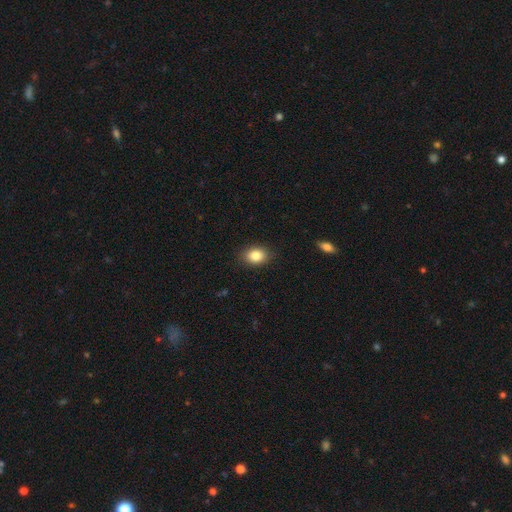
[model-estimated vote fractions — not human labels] The model was most divided on "how rounded": in between: 70%, round: 29%, cigar-shaped: 1%. More confident: merging — none (88%); smooth or featured — smooth (85%).